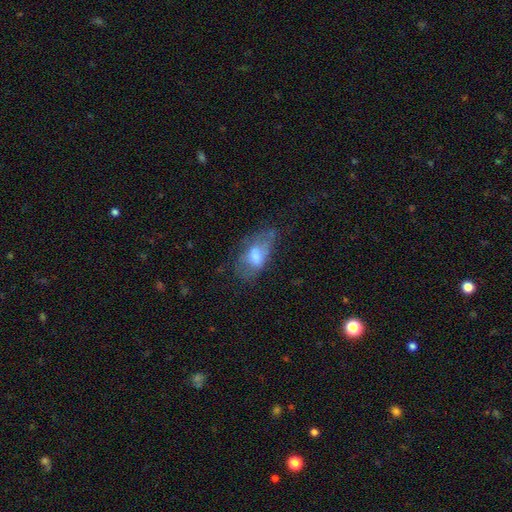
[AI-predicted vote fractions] A smooth galaxy with no disk features (56%) that is in between round and cigar-shaped (88%).

Vote fractions:
- Smooth or featured? smooth: 56% / featured or disk: 34% / star or artifact: 10%
- How rounded? in between: 88% / cigar-shaped: 6% / round: 5%
- Merging? none: 38% / minor disturbance: 30% / major disturbance: 27% / merger: 5%